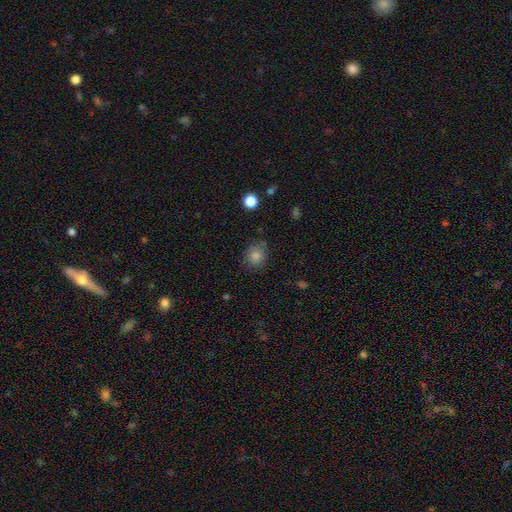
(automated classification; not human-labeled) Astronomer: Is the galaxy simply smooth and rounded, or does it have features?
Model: smooth — 80%.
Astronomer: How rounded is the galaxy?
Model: round — 82%.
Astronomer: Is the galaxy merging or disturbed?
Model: none — 81%.